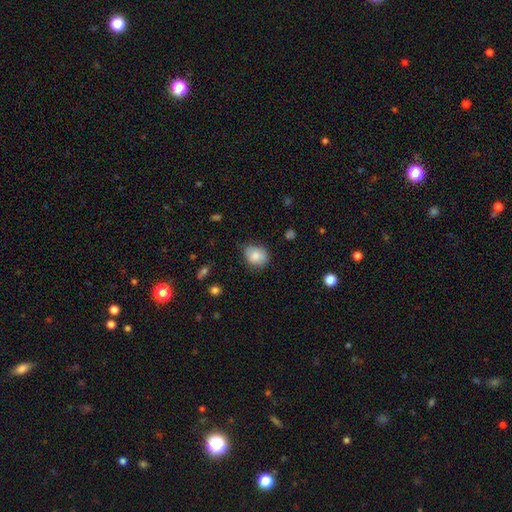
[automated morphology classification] Smooth or featured? Predicted: smooth (p=0.80). How rounded? Predicted: round (p=0.54). Merging? Predicted: none (p=0.67).